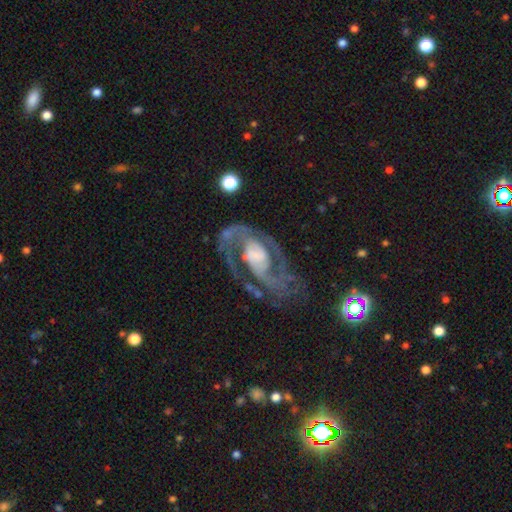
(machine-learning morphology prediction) A featured or disk galaxy (90%) with no bar (42%), 2 (84%) medium (52%) spiral arms (96%) and a large central bulge (33%). Merging: none (56%).